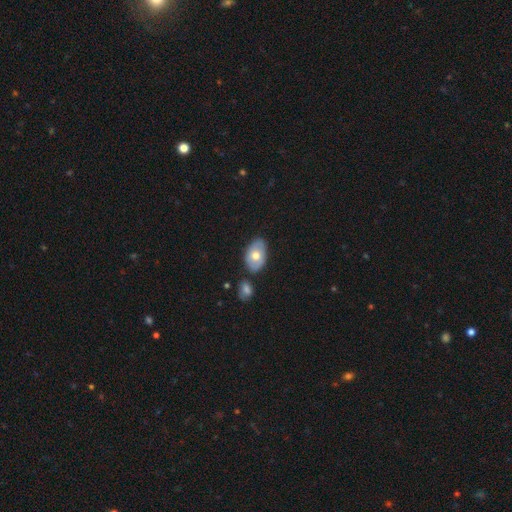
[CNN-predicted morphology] Smooth or featured?
  - smooth: 64% *
  - featured or disk: 30%
  - star or artifact: 6%
How rounded?
  - in between: 90% *
  - round: 9%
  - cigar-shaped: 1%
Merging?
  - none: 72% *
  - minor disturbance: 16%
  - merger: 9%
  - major disturbance: 3%